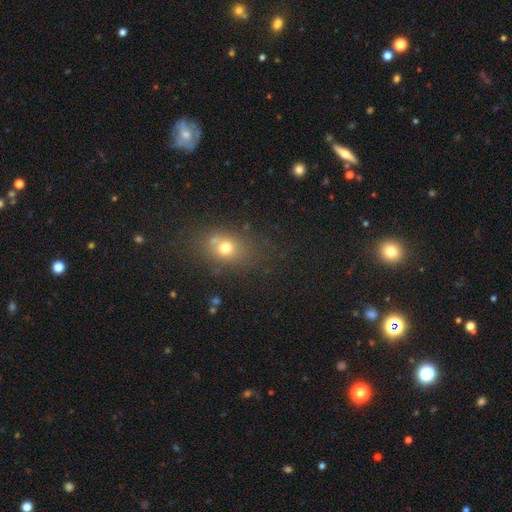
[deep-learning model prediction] Overall: smooth (58%; star or artifact 31%). How rounded: in between (50%; round 47%). Merging: none (82%).